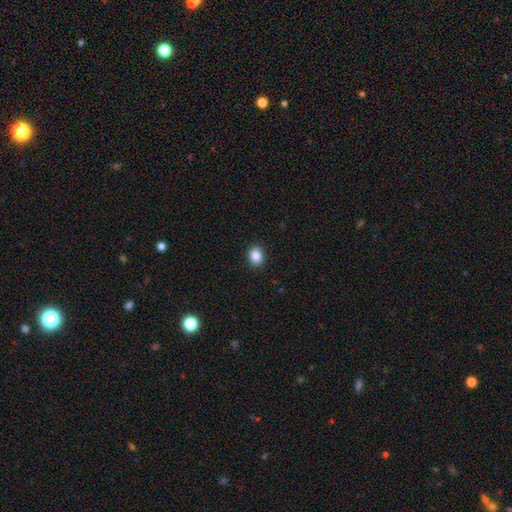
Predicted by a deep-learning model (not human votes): smooth-or-featured: smooth: 87% | star or artifact: 9% | featured or disk: 4%
  how-rounded: in between: 50% (tied) | round: 50% (tied) | cigar-shaped: 1%
  merging: none: 90% | minor disturbance: 7% | major disturbance: 2% | merger: 1%